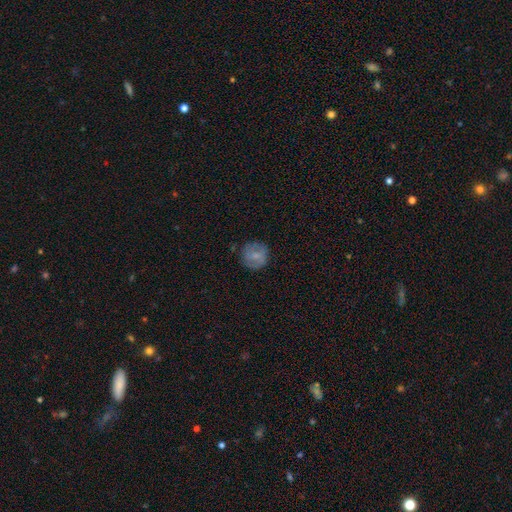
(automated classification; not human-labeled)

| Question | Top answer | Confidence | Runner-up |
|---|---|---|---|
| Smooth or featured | smooth | 70% | featured or disk (22%) |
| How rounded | round | 90% | in between (9%) |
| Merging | none | 78% | minor disturbance (16%) |